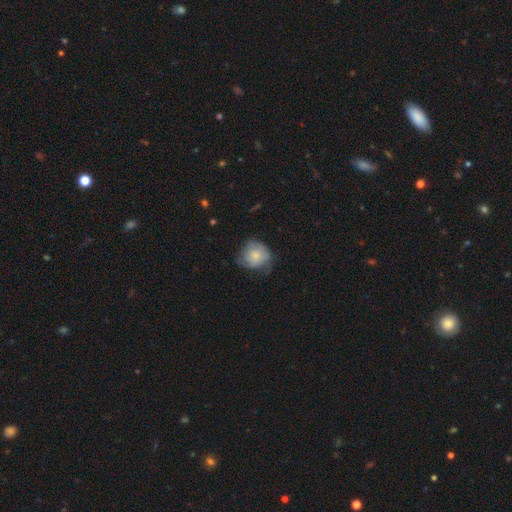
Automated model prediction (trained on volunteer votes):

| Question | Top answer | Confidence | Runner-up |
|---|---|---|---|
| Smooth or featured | smooth | 72% | featured or disk (21%) |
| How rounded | round | 81% | in between (18%) |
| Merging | none | 50% | minor disturbance (35%) |